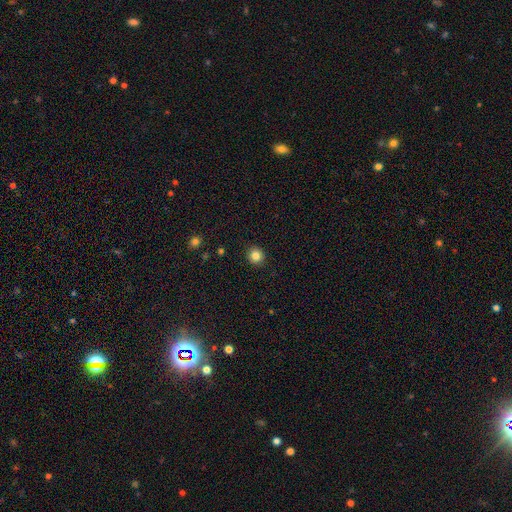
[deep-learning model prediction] Smooth or featured: smooth — 84% (star or artifact — 11%)
How rounded: round — 91% (in between — 8%)
Merging: none — 92% (minor disturbance — 5%)